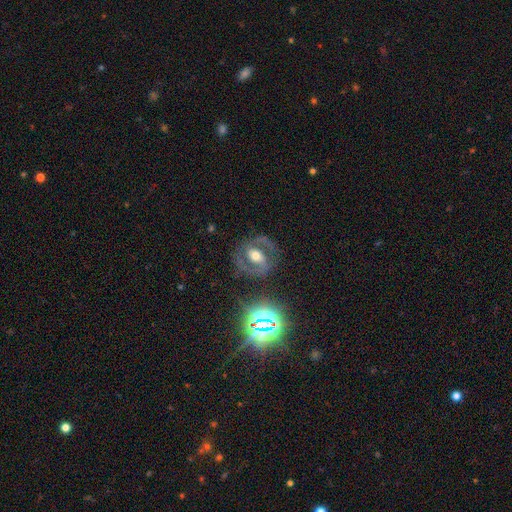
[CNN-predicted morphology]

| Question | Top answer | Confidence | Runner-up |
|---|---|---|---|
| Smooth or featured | featured or disk | 80% | star or artifact (10%) |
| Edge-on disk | no | 97% | yes (3%) |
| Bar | weak | 36% | strong (34%) |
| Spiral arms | yes | 91% | no (9%) |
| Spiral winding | medium | 59% | tight (26%) |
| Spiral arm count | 2 | 91% | can't tell (4%) |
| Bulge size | moderate | 68% | small (15%) |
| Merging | none | 78% | minor disturbance (13%) |